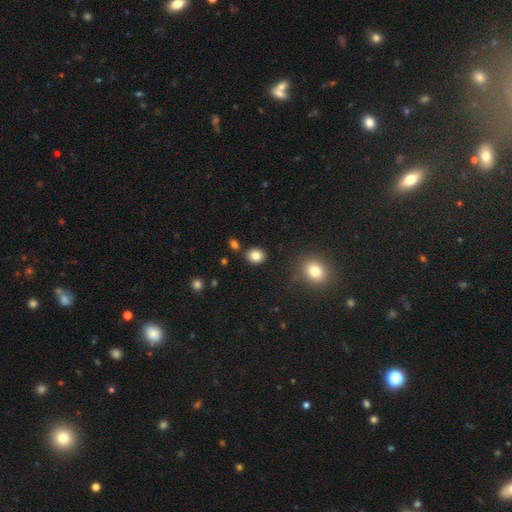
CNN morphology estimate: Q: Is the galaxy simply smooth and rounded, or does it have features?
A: smooth — 83%.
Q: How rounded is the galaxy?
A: round — 61%.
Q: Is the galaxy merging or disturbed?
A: none — 86%.